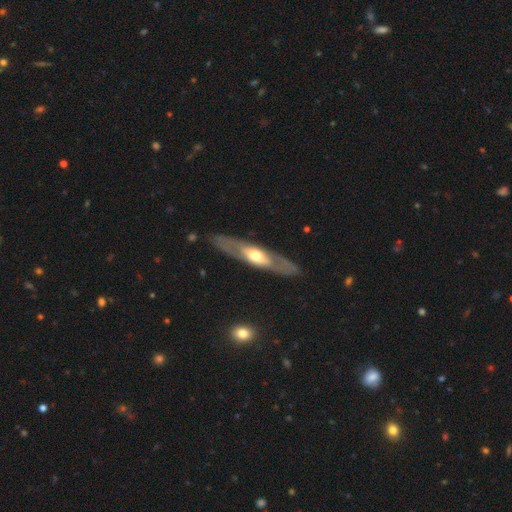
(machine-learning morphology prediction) A featured or disk galaxy (67%).

Vote fractions:
- Smooth or featured? featured or disk: 67% / smooth: 28% / star or artifact: 5%
- Edge-on disk? no: 52% / yes: 48%
- Merging? none: 84% / minor disturbance: 10% / major disturbance: 4% / merger: 1%